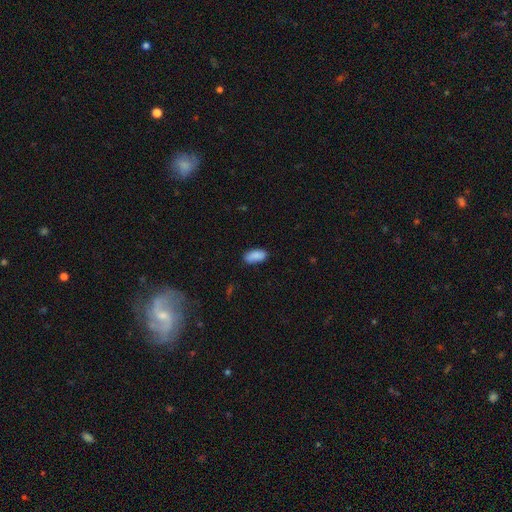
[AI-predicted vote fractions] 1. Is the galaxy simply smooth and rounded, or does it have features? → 88% smooth, 7% star or artifact, 5% featured or disk.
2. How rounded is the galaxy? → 92% in between, 5% cigar-shaped, 3% round.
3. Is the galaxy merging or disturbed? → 77% none, 18% minor disturbance, 3% major disturbance, 2% merger.